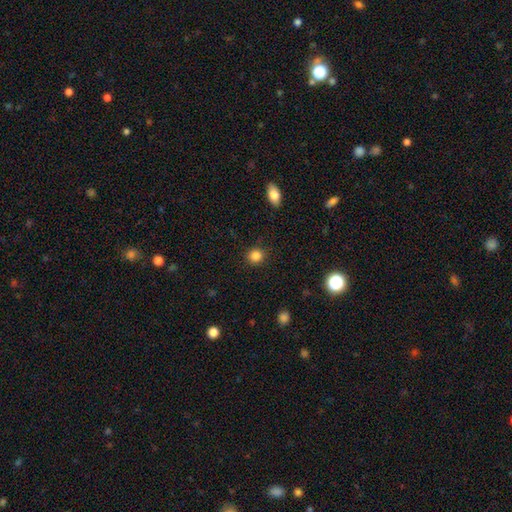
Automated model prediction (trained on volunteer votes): Overall: smooth (85%). How rounded: round (85%). Merging: none (90%).